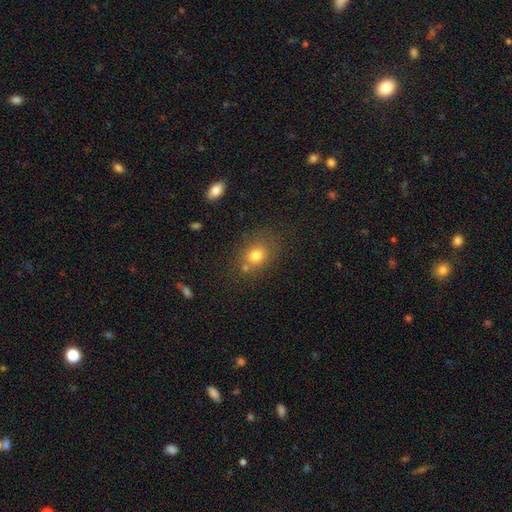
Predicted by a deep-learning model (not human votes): This is likely a smooth galaxy (76%). How rounded: possibly round (56%). Merging: likely none (66%).